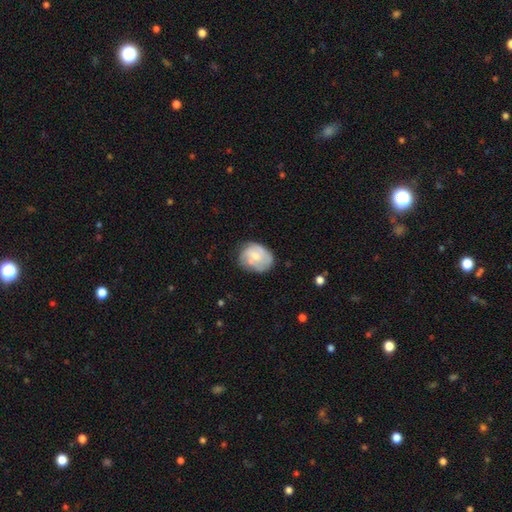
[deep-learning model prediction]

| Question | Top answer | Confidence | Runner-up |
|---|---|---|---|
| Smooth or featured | smooth | 54% | featured or disk (39%) |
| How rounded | round | 50% | in between (49%) |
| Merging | none | 57% | minor disturbance (28%) |